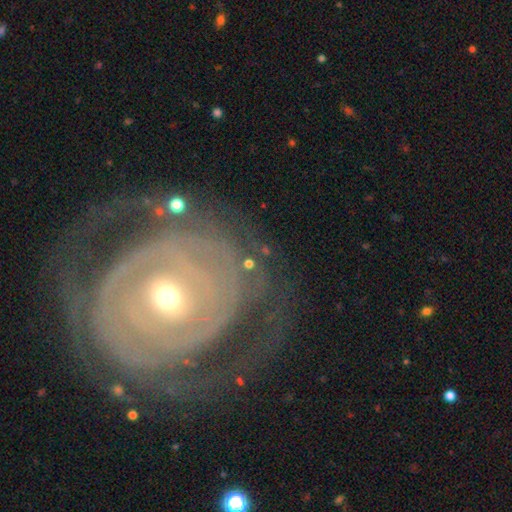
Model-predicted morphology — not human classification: Overall: featured or disk (85%). Edge-on disk: no (96%). Bar: no (52%; weak 30%). Spiral arms: yes (86%). Spiral arm count: can't tell (37%; 2 26%). Spiral winding: tight (77%). Bulge size: small (50%; moderate 45%). Merging: none (70%).